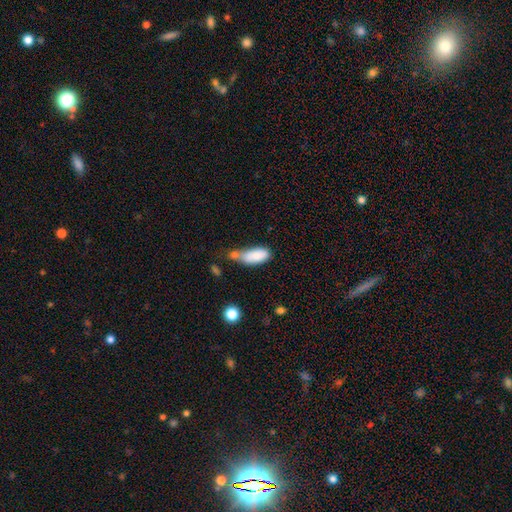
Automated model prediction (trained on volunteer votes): Smooth or featured? Predicted: smooth (p=0.82). How rounded? Predicted: in between (p=0.83). Merging? Predicted: merger (p=0.31, tied with none).